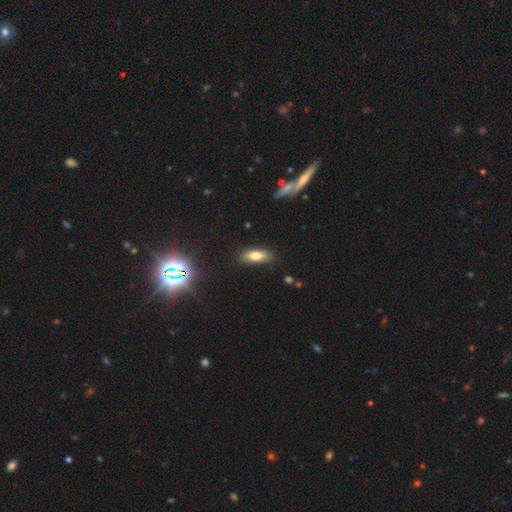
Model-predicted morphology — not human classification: smooth_or_featured: smooth (p=0.77) [alt: featured or disk p=0.13]
how_rounded: in between (p=0.71) [alt: cigar-shaped p=0.26]
merging: none (p=0.85) [alt: minor disturbance p=0.11]